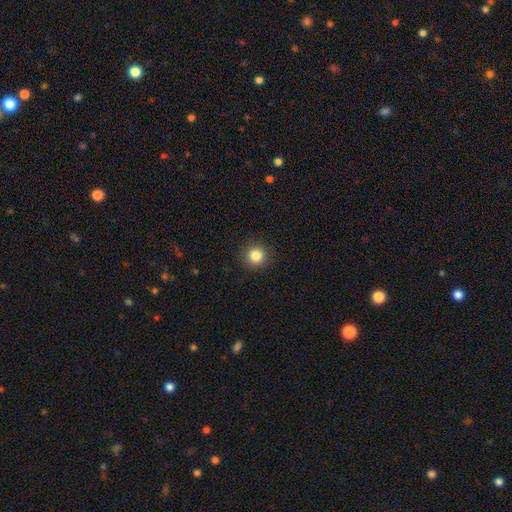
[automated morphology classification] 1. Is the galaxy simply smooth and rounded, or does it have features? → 84% smooth, 11% star or artifact, 5% featured or disk.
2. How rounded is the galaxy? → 94% round, 5% in between, 1% cigar-shaped.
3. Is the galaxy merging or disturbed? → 91% none, 6% minor disturbance, 2% major disturbance, 1% merger.